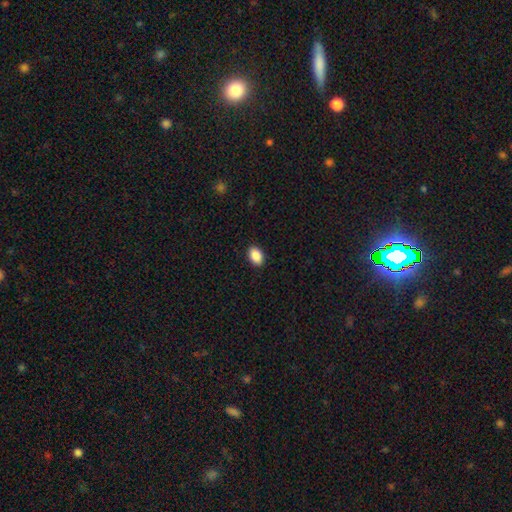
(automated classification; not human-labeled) A smooth galaxy with no disk features (89%) that is in between round and cigar-shaped (87%).

Vote fractions:
- Smooth or featured? smooth: 89% / star or artifact: 8% / featured or disk: 3%
- How rounded? in between: 87% / round: 12% / cigar-shaped: 1%
- Merging? none: 90% / minor disturbance: 7% / major disturbance: 2% / merger: 1%